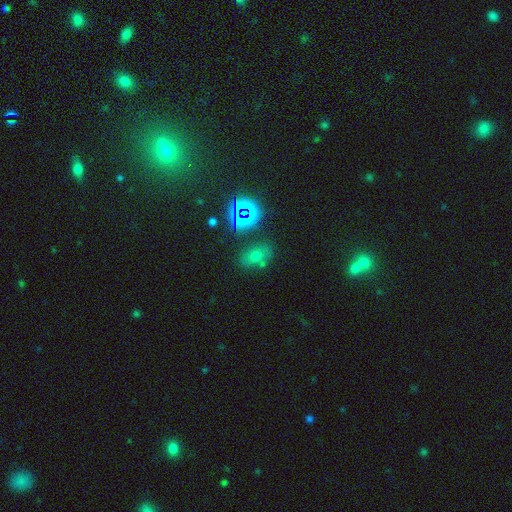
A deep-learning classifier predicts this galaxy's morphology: Q: Smooth or featured?
A: smooth (52%); runner-up: star or artifact (35%)
Q: How rounded?
A: in between (76%); runner-up: round (21%)
Q: Merging?
A: none (68%); runner-up: minor disturbance (15%)